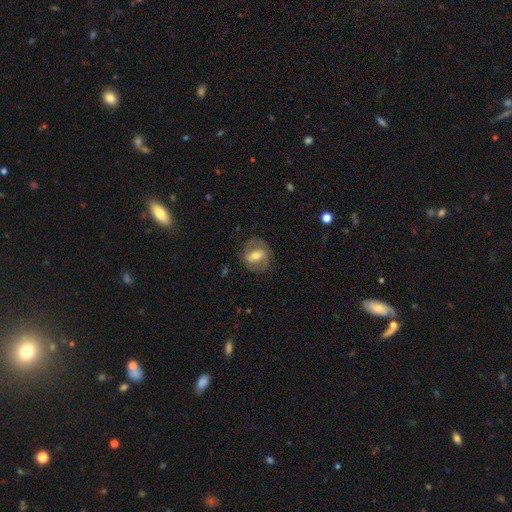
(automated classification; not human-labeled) smooth-or-featured: featured or disk: 55% | smooth: 38% | star or artifact: 7%
  disk-edge-on: no: 94% | yes: 6%
    bar: weak: 40% | strong: 35% | no: 25%
    has-spiral-arms: yes: 58% | no: 42%
    bulge-size: moderate: 65% | small: 24% | large: 8% | none: 1% | dominant: 1%
  merging: none: 74% | minor disturbance: 16% | major disturbance: 9% | merger: 1%